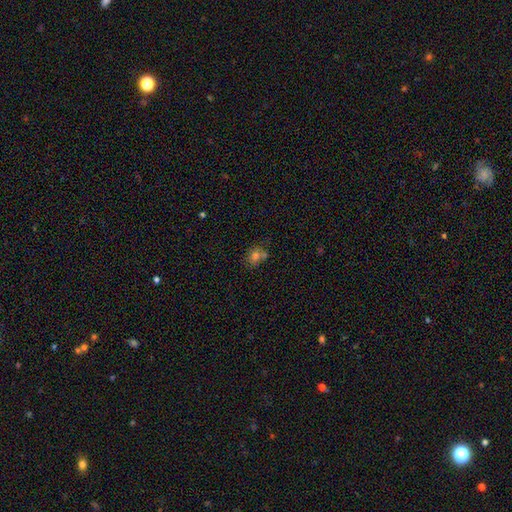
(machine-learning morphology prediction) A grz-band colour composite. It shows a smooth galaxy with no disk features (72%) that is round (65%). Merging: none (60%).